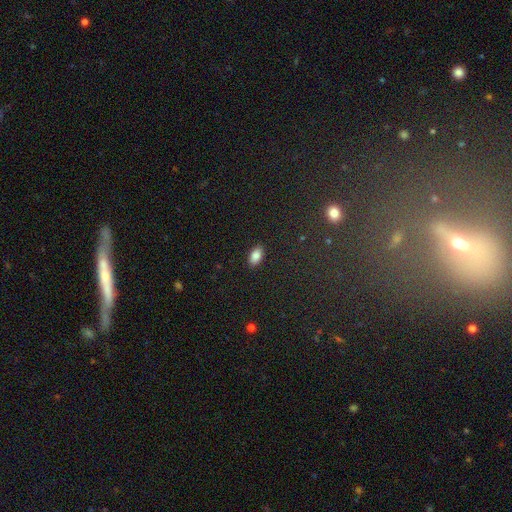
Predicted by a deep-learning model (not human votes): Overall: smooth (86%). How rounded: in between (93%). Merging: none (89%).